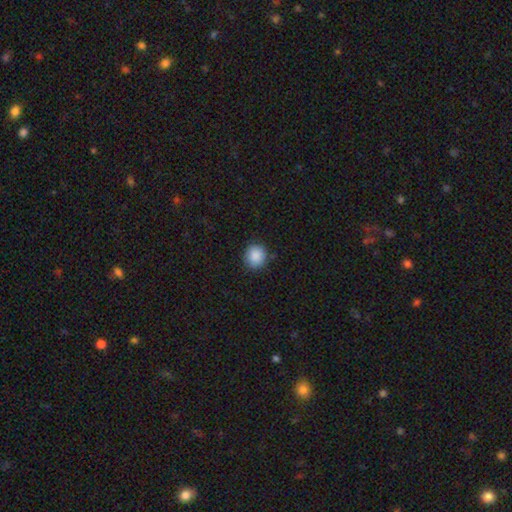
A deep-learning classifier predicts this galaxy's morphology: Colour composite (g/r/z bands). It shows a smooth galaxy with no disk features (88%) that is round (84%). Merging: none (86%).